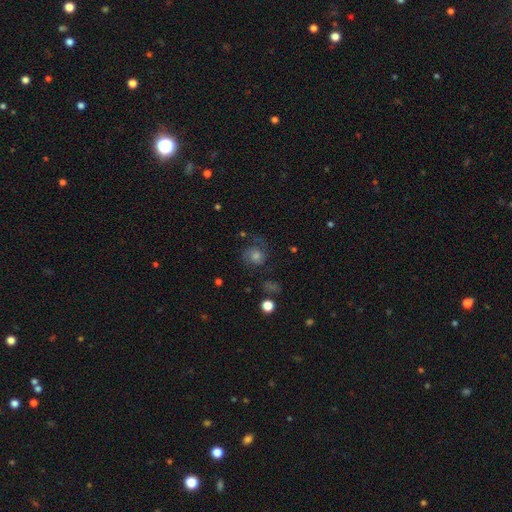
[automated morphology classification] Smooth or featured? Predicted: featured or disk (p=0.55). Edge-on disk? Predicted: no (p=0.97). Bar? Predicted: no (p=0.75). Spiral arms? Predicted: yes (p=0.88). Bulge size? Predicted: moderate (p=0.51). Merging? Predicted: none (p=0.62).